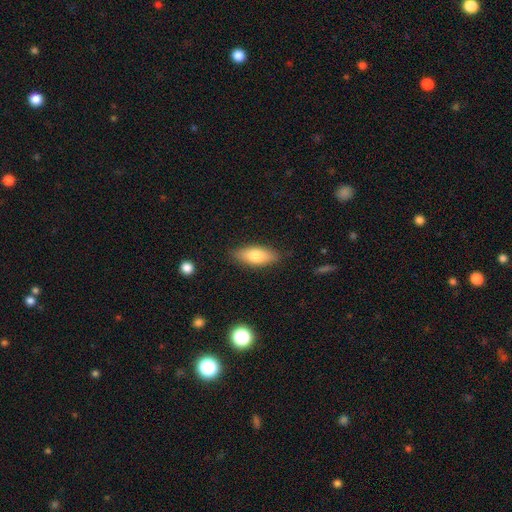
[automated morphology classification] type=smooth (76%); roundness=in between (77%); merging=none (84%).